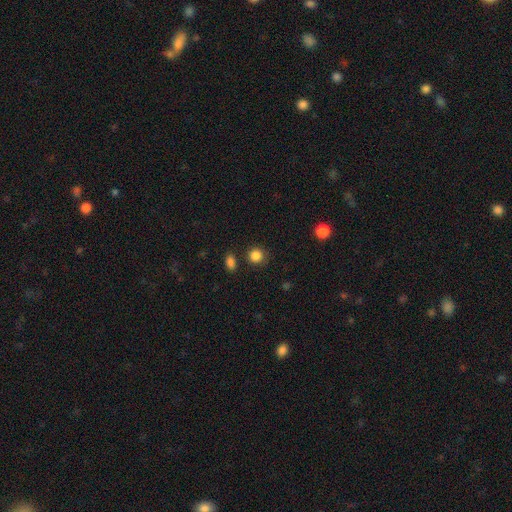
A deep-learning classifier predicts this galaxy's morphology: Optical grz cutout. It shows a smooth galaxy with no disk features (86%) that is round (88%). Merging: none (83%).